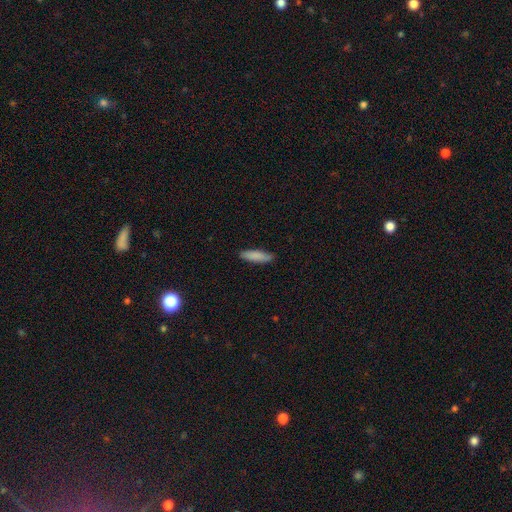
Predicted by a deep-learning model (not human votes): Smooth or featured: smooth — 86% (featured or disk — 8%)
How rounded: cigar-shaped — 67% (in between — 32%)
Merging: none — 85% (minor disturbance — 12%)